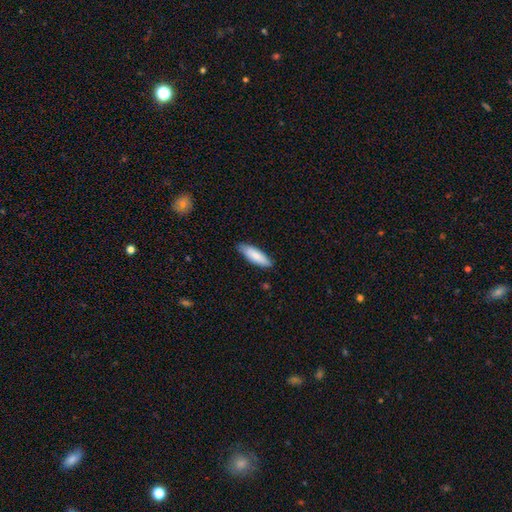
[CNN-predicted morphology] This is clearly a smooth galaxy (84%). How rounded: possibly cigar-shaped (50%). Merging: clearly none (83%).